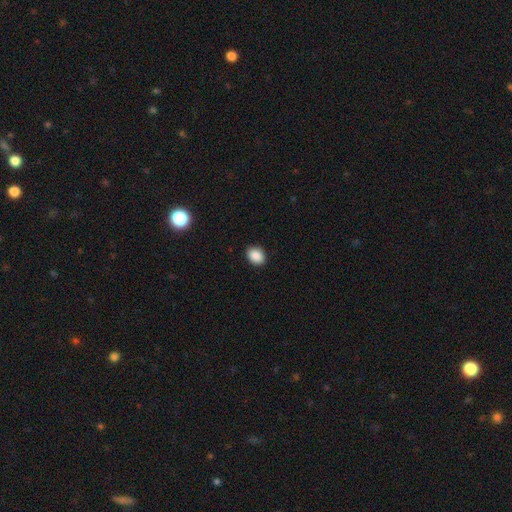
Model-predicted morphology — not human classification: smooth-or-featured: smooth: 89% | star or artifact: 8% | featured or disk: 3%
  how-rounded: in between: 61% | round: 38% | cigar-shaped: 1%
  merging: none: 89% | minor disturbance: 8% | major disturbance: 2% | merger: 1%